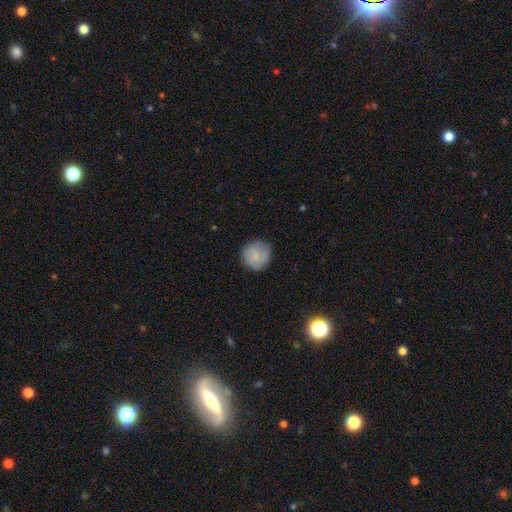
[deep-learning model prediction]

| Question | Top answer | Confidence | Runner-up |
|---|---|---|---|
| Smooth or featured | smooth | 82% | featured or disk (11%) |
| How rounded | round | 93% | in between (6%) |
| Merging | none | 82% | minor disturbance (14%) |